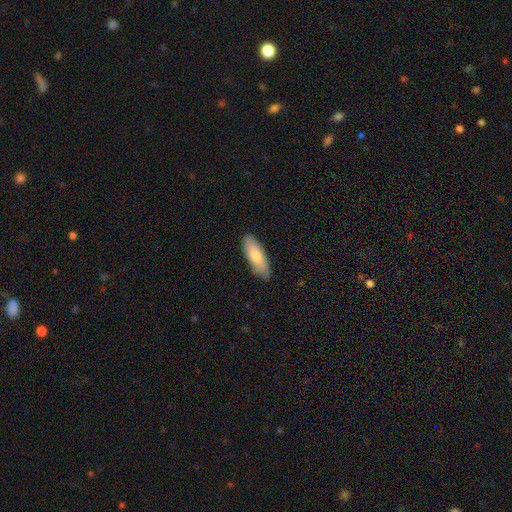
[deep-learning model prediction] Smooth or featured? Predicted: smooth (p=0.73). How rounded? Predicted: in between (p=0.64). Merging? Predicted: none (p=0.88).